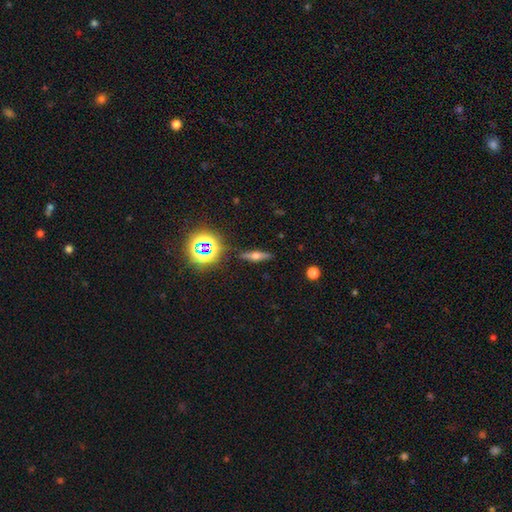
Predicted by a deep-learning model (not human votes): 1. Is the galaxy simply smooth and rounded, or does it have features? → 48% featured or disk, 36% smooth, 17% star or artifact.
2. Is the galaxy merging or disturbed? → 87% none, 8% minor disturbance, 2% major disturbance, 2% merger.